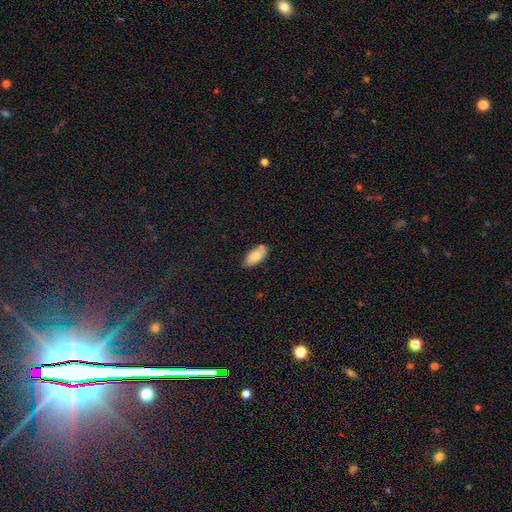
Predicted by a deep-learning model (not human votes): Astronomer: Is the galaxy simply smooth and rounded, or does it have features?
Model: smooth — 82%.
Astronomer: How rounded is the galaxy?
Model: in between — 91%.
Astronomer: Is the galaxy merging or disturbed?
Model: none — 75%.